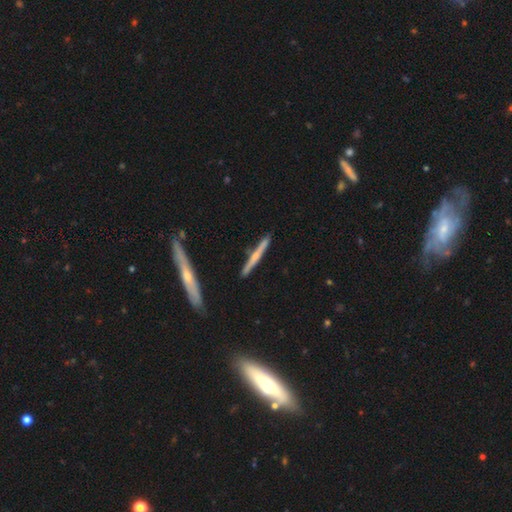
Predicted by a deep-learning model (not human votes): This appears to be a featured or disk galaxy (58%) viewed edge-on (97%) with a rounded central bulge (58%). Merging: none (88%).